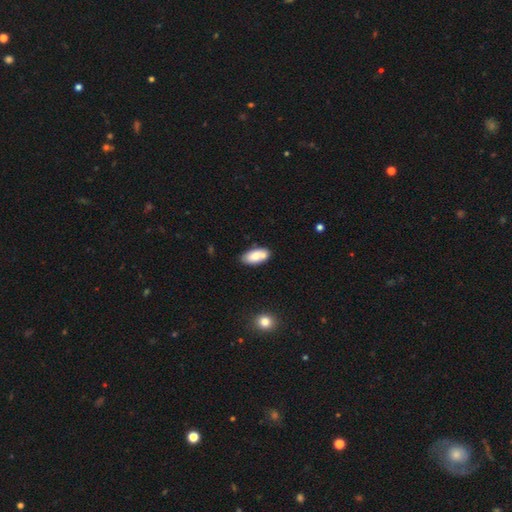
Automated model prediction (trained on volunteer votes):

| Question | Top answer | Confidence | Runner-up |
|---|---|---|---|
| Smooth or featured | smooth | 73% | featured or disk (20%) |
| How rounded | in between | 91% | cigar-shaped (6%) |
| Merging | none | 56% | merger (25%) |